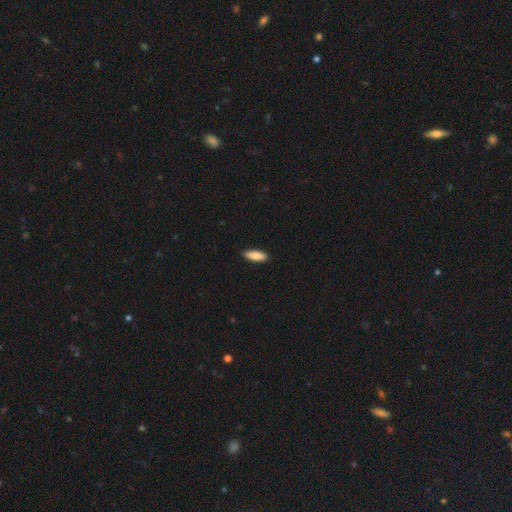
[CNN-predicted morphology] A smooth galaxy with no disk features (85%) that is in between round and cigar-shaped (60%). Merging: none (89%).